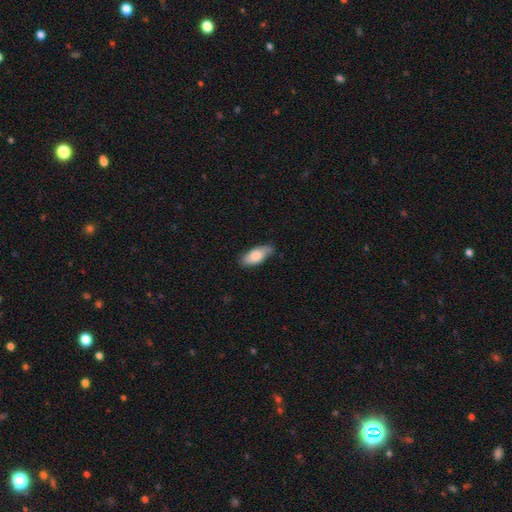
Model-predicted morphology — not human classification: A smooth galaxy with no disk features (78%) that is in between round and cigar-shaped (82%). Merging: none (71%).